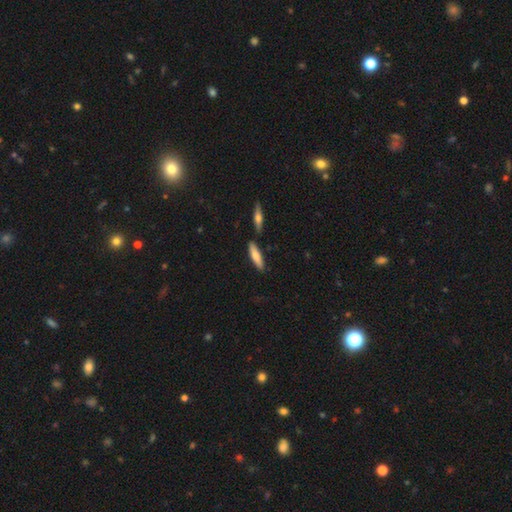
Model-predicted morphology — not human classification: type=smooth (72%); roundness=cigar-shaped (66%); merging=none (79%).